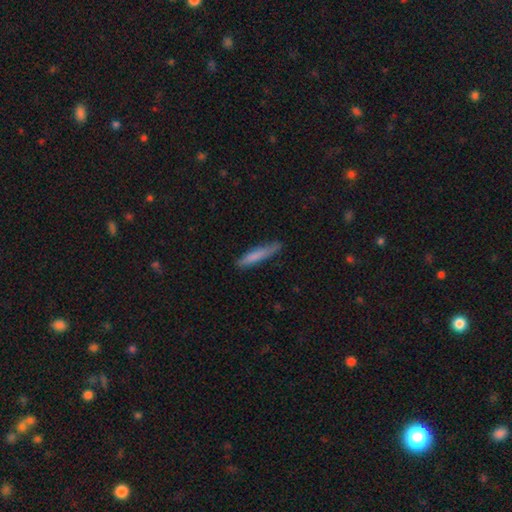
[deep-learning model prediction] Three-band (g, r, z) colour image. It shows a smooth galaxy with no disk features (74%) that is cigar-shaped (91%). Merging: none (77%).